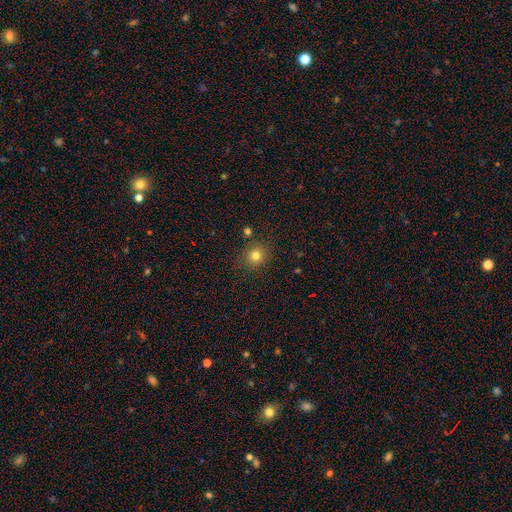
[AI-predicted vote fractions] A smooth galaxy with no disk features (78%) that is round (85%). Merging: none (84%).